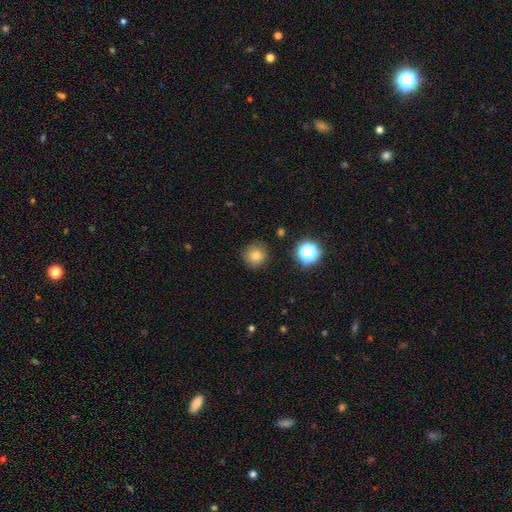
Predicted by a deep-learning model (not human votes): smooth_or_featured: smooth (p=0.81) [alt: star or artifact p=0.13]
how_rounded: round (p=0.93) [alt: in between p=0.06]
merging: none (p=0.84) [alt: minor disturbance p=0.11]